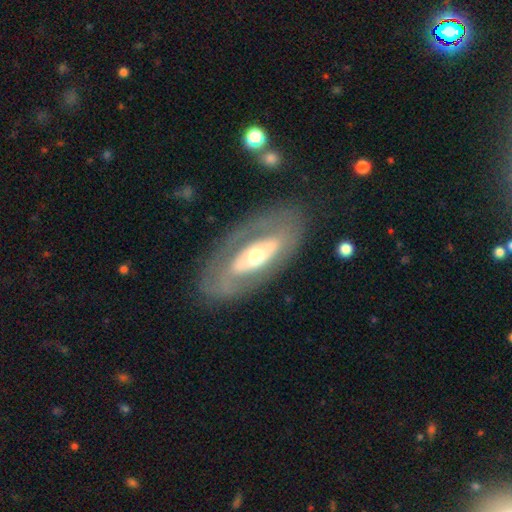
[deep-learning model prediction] The model was most divided on "spiral arms": no: 66%, yes: 34%. More confident: edge-on disk — no (86%); merging — none (76%); smooth or featured — featured or disk (69%); bulge size — moderate (65%); bar — no (58%).